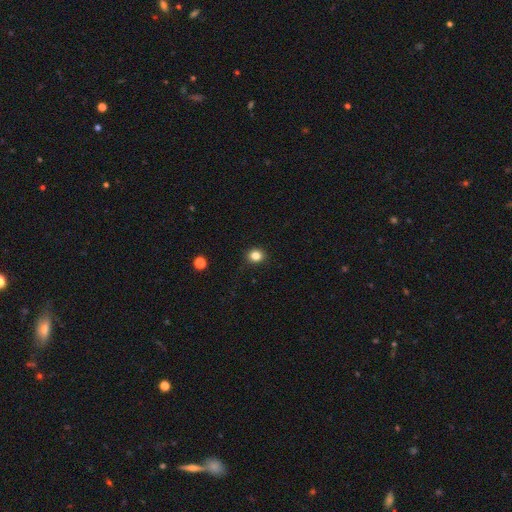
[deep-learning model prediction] Smooth or featured? Predicted: smooth (p=0.84). How rounded? Predicted: round (p=0.78). Merging? Predicted: none (p=0.90).